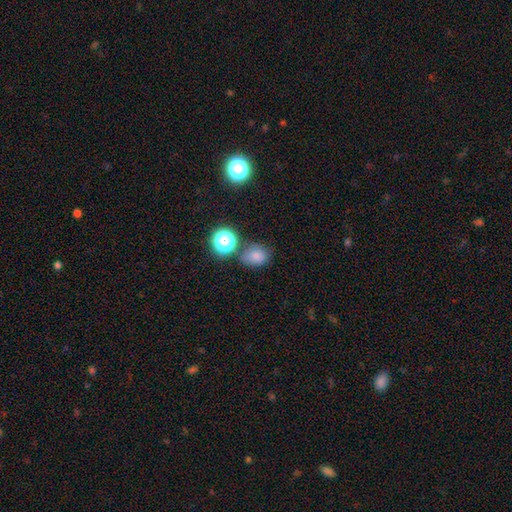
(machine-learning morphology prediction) This appears to be a smooth galaxy with no disk features (76%) that is in between round and cigar-shaped (51%). Merging: none (64%).